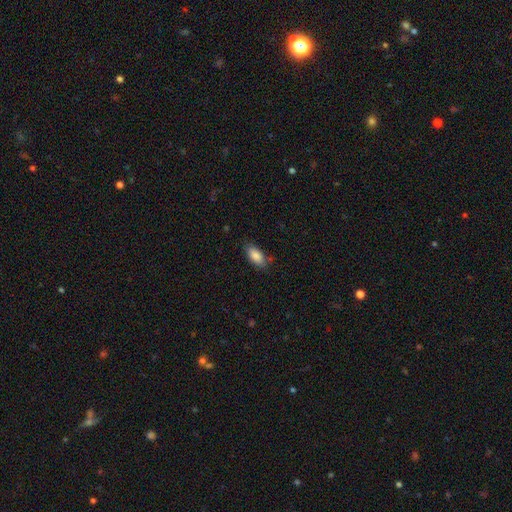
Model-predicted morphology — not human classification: Smooth or featured? smooth (85%)
How rounded? in between (89%)
Merging? none (80%)